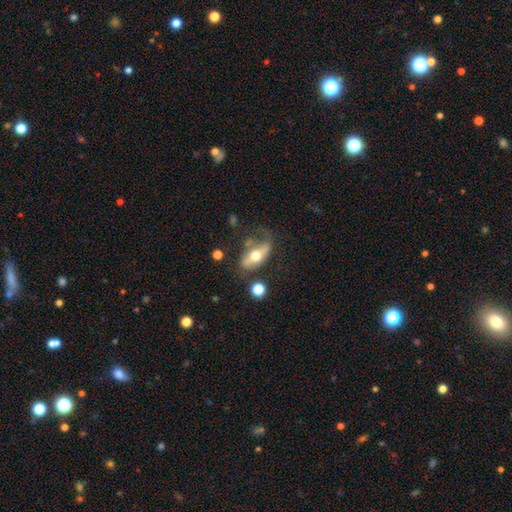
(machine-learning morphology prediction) smooth_or_featured: featured or disk (p=0.49) [alt: smooth p=0.43]
merging: none (p=0.48) [alt: minor disturbance p=0.25]